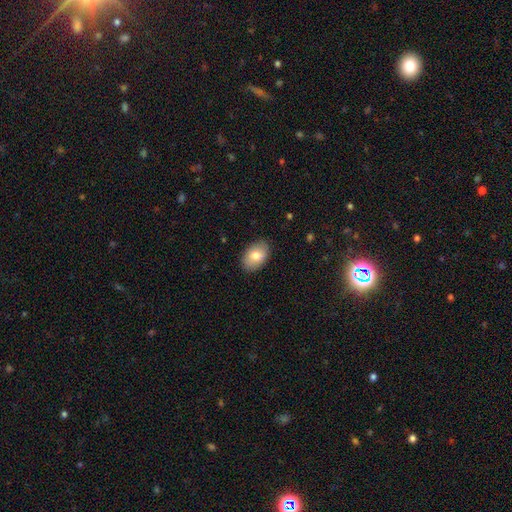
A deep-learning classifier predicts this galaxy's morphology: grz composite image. It shows a smooth galaxy with no disk features (78%) that is in between round and cigar-shaped (88%). Merging: none (87%).